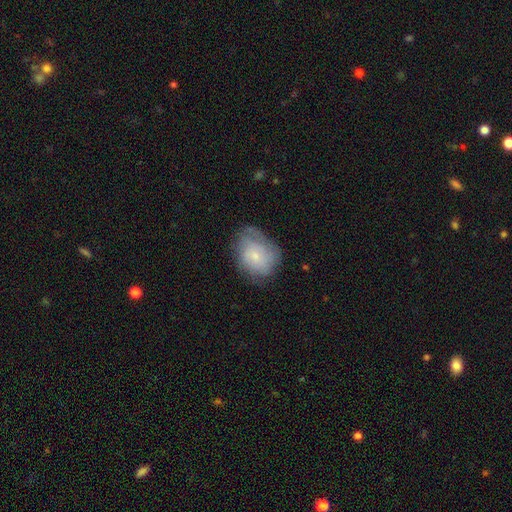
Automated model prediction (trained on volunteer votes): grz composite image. It shows a smooth galaxy with no disk features (55%) that is in between round and cigar-shaped (55%). Merging: none (55%).